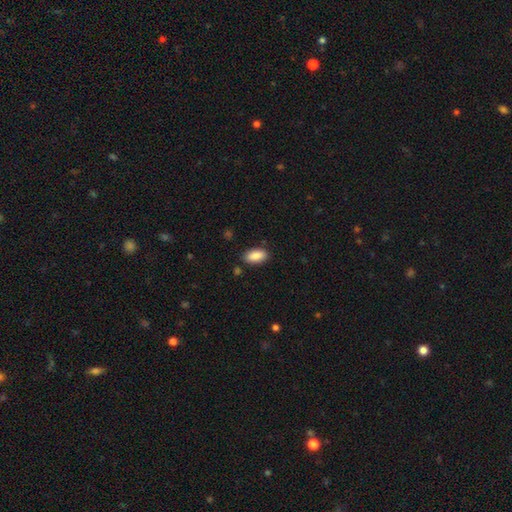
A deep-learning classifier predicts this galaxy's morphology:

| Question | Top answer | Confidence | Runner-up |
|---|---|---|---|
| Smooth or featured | smooth | 89% | star or artifact (7%) |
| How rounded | in between | 92% | cigar-shaped (6%) |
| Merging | none | 85% | minor disturbance (11%) |